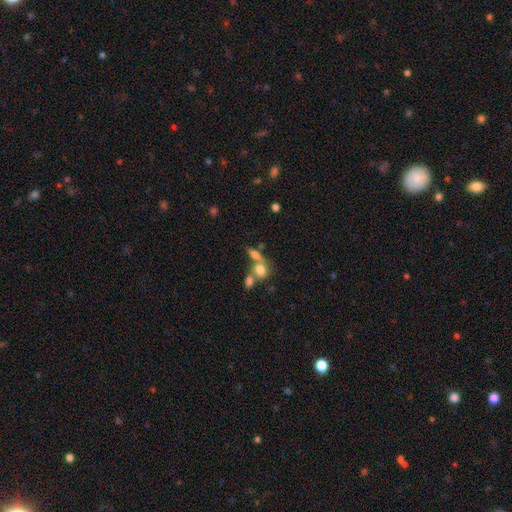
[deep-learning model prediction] This is likely a smooth galaxy (64%). How rounded: likely in between (60%). Merging: possibly merger (50%).